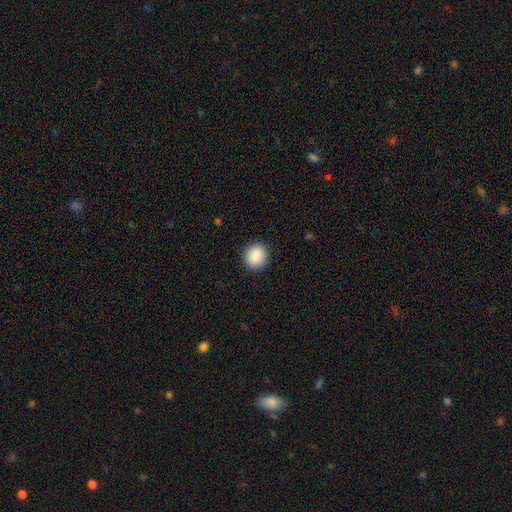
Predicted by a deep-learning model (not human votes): A smooth galaxy with no disk features (88%) that is round (85%). Merging: none (92%).